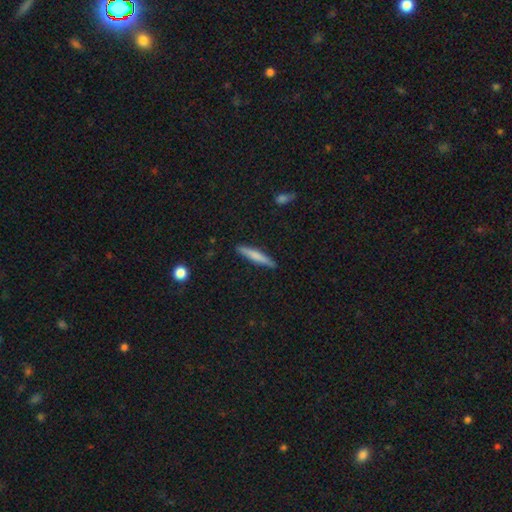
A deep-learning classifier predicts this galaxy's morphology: smooth_or_featured: smooth (p=0.67) [alt: featured or disk p=0.27]
how_rounded: cigar-shaped (p=0.93) [alt: in between p=0.06]
merging: none (p=0.88) [alt: minor disturbance p=0.09]